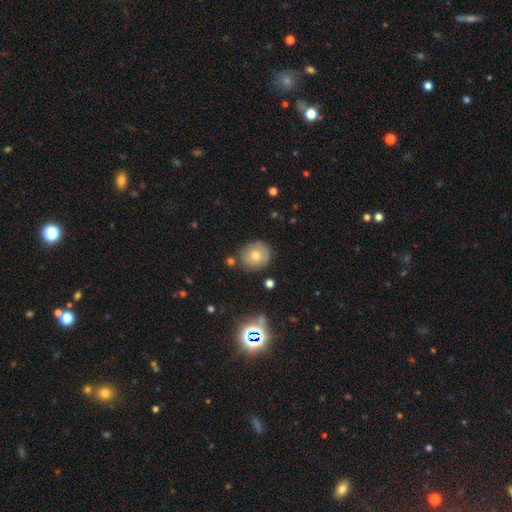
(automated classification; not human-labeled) Smooth or featured?
  - smooth: 65% *
  - featured or disk: 18%
  - star or artifact: 17%
How rounded?
  - round: 83% *
  - in between: 16%
  - cigar-shaped: 1%
Merging?
  - none: 81% *
  - minor disturbance: 12%
  - merger: 4%
  - major disturbance: 3%